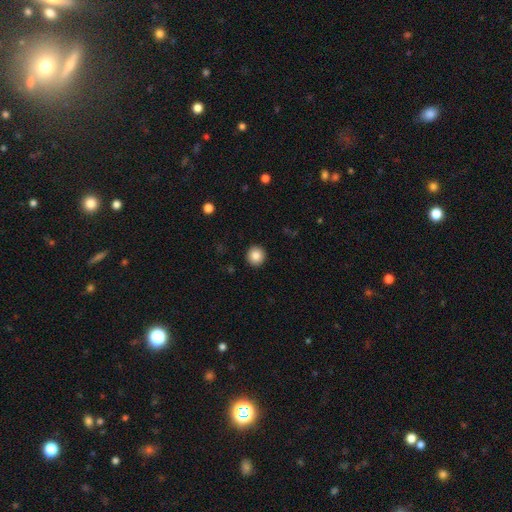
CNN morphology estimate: Smooth or featured? Predicted: smooth (p=0.85). How rounded? Predicted: round (p=0.95). Merging? Predicted: none (p=0.93).